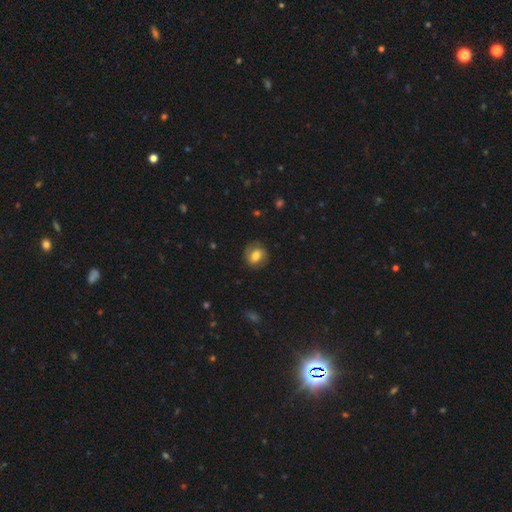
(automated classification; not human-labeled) Smooth or featured?
  - smooth: 66% *
  - featured or disk: 25%
  - star or artifact: 9%
How rounded?
  - round: 67% *
  - in between: 32%
  - cigar-shaped: 1%
Merging?
  - none: 79% *
  - minor disturbance: 14%
  - major disturbance: 5%
  - merger: 1%